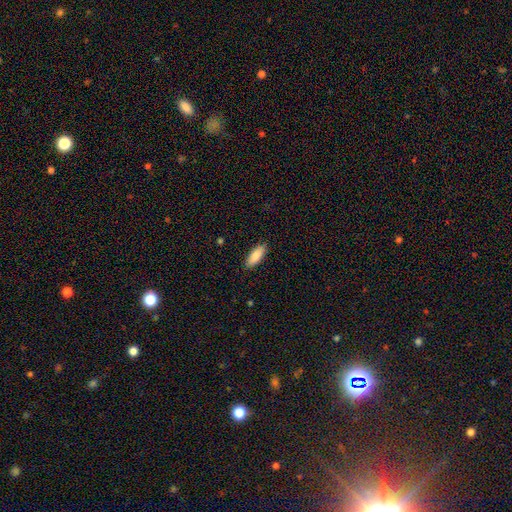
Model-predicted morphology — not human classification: smooth-or-featured: smooth: 87% | featured or disk: 8% | star or artifact: 6%
  how-rounded: in between: 74% | cigar-shaped: 24% | round: 2%
  merging: none: 87% | minor disturbance: 10% | major disturbance: 2% | merger: 1%